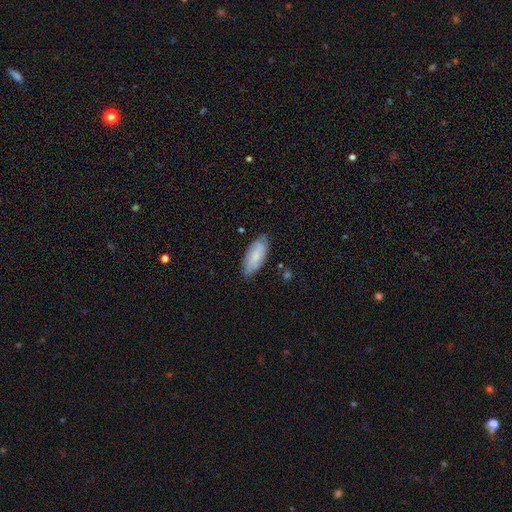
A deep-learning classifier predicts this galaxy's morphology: smooth_or_featured: smooth (p=0.77) [alt: featured or disk p=0.17]
how_rounded: in between (p=0.84) [alt: cigar-shaped p=0.14]
merging: none (p=0.77) [alt: minor disturbance p=0.19]